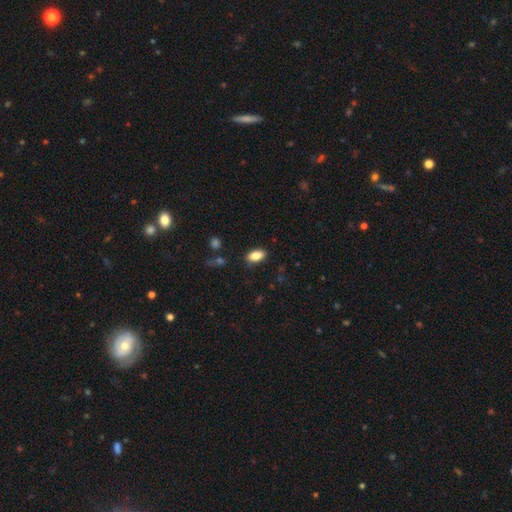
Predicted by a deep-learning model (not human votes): This is clearly a smooth galaxy (83%). How rounded: clearly in between (90%). Merging: clearly none (84%).